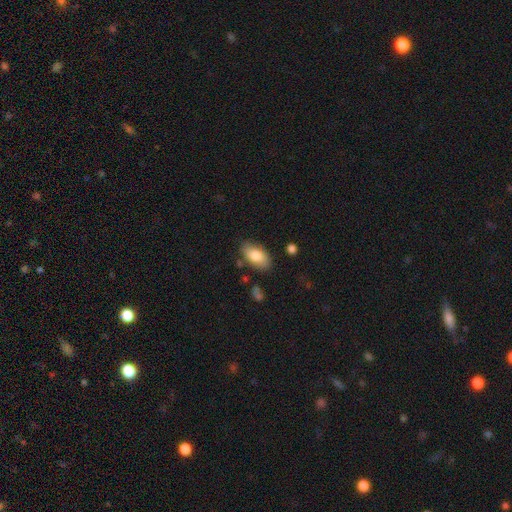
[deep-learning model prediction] Morphology: type=smooth (81%); roundness=in between (94%); merging=none (81%).